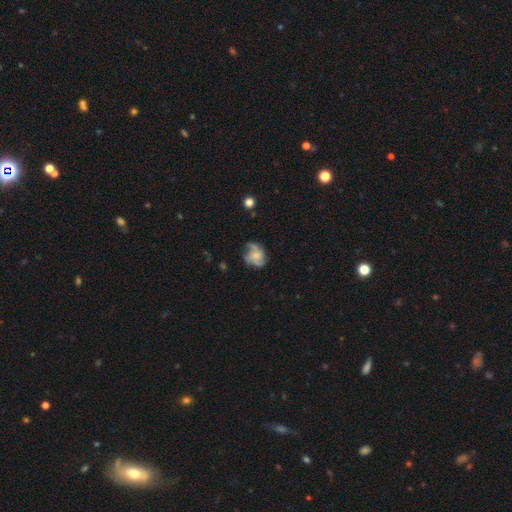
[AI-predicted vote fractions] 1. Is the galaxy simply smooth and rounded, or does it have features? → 70% featured or disk, 22% smooth, 8% star or artifact.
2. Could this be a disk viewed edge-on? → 98% no, 2% yes.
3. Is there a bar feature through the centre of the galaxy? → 69% no, 27% weak, 5% strong.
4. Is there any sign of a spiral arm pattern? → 91% yes, 9% no.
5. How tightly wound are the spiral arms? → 47% medium, 29% loose, 25% tight.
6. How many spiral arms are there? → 52% 3, 16% 2, 13% can't tell, 11% 4, 4% 1, 4% more than 4.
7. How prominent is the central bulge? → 37% small, 30% moderate, 25% none, 6% large, 2% dominant.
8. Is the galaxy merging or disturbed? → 60% none, 23% minor disturbance, 15% major disturbance, 2% merger.